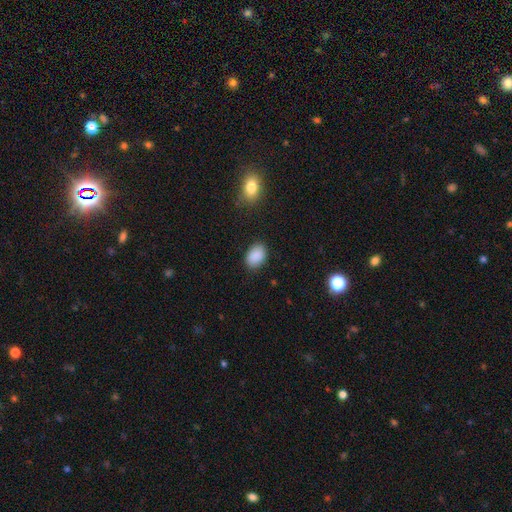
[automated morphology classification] smooth-or-featured: smooth: 89% | star or artifact: 8% | featured or disk: 3%
  how-rounded: in between: 82% | round: 17% | cigar-shaped: 1%
  merging: none: 84% | minor disturbance: 12% | major disturbance: 3% | merger: 1%